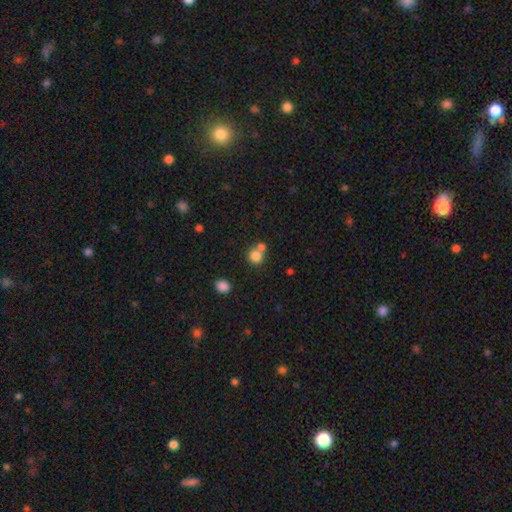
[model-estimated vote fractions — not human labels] A smooth galaxy with no disk features (81%) that is round (87%).

Vote fractions:
- Smooth or featured? smooth: 81% / star or artifact: 12% / featured or disk: 8%
- How rounded? round: 87% / in between: 12% / cigar-shaped: 1%
- Merging? none: 51% / merger: 39% / minor disturbance: 7% / major disturbance: 3%